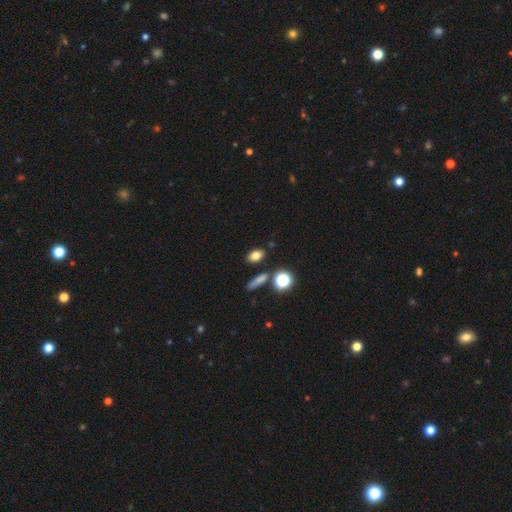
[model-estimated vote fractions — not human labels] This is likely a smooth galaxy (77%). How rounded: likely in between (74%). Merging: clearly none (81%).